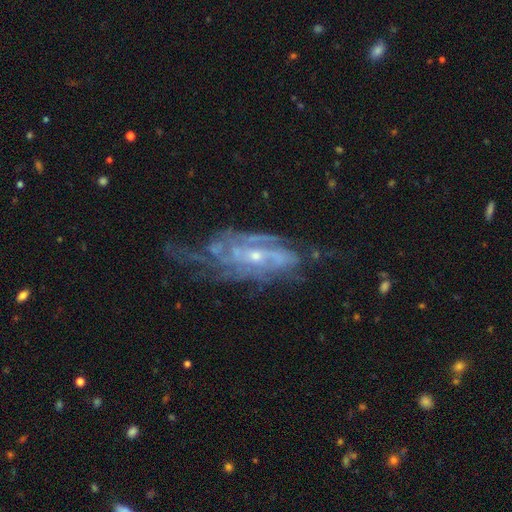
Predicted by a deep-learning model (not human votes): Overall: featured or disk (86%). Edge-on disk: no (90%). Bar: no (53%; weak 34%). Spiral arms: yes (92%). Spiral arm count: can't tell (37%; 2 23%). Spiral winding: tight (51%; medium 36%). Bulge size: small (67%; moderate 29%). Merging: none (52%; minor disturbance 24%).